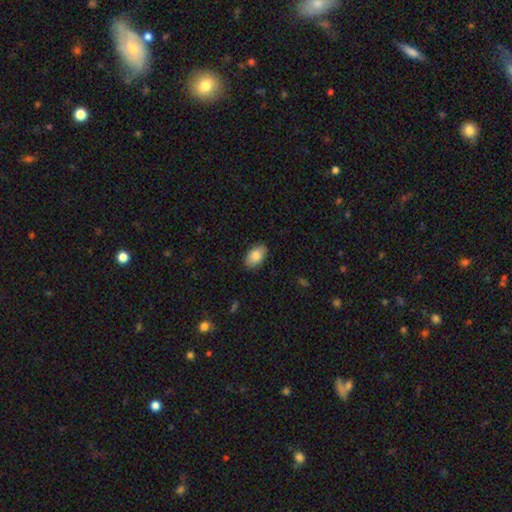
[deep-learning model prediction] Smooth or featured? smooth (86%)
How rounded? in between (92%)
Merging? none (86%)